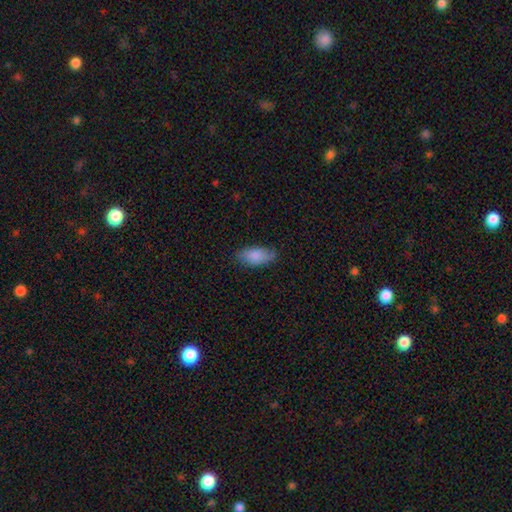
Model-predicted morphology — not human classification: This is clearly a smooth galaxy (84%). How rounded: clearly in between (92%). Merging: likely none (75%).